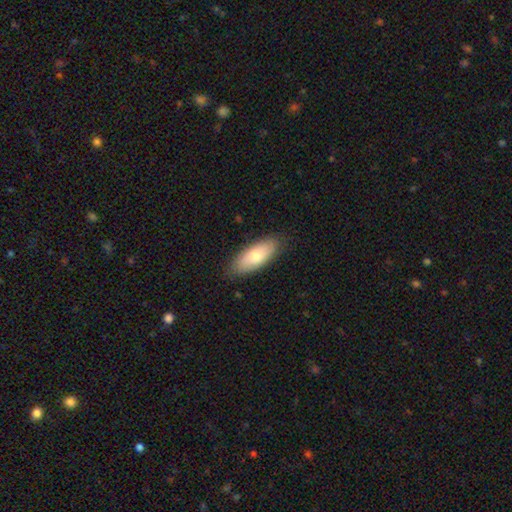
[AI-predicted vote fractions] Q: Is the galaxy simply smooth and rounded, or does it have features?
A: smooth — 73%.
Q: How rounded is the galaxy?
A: in between — 81%.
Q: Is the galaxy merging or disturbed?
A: none — 84%.